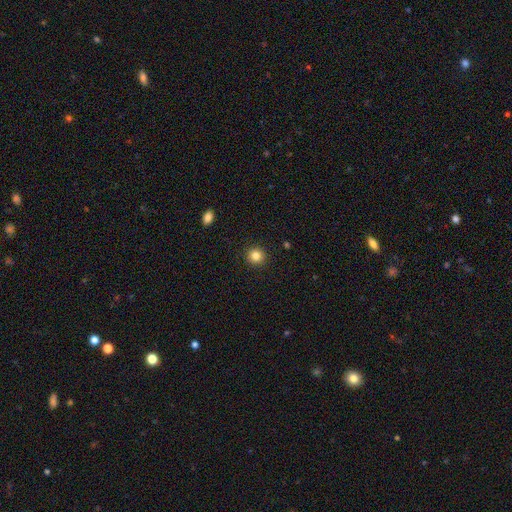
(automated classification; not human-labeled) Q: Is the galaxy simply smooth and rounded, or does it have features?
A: smooth — 84%.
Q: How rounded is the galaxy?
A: round — 94%.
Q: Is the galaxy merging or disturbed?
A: none — 93%.